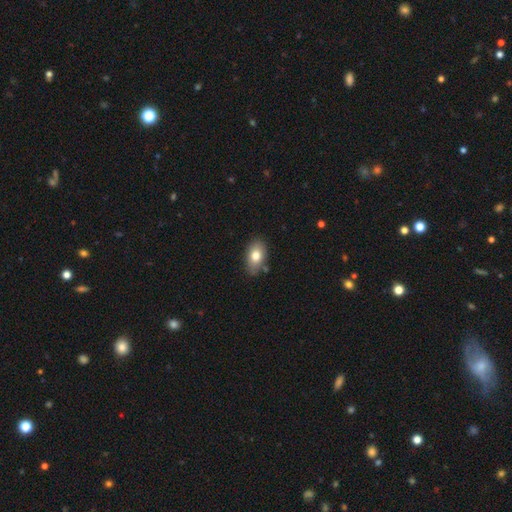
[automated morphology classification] Smooth or featured?
  - smooth: 78% *
  - featured or disk: 14%
  - star or artifact: 8%
How rounded?
  - in between: 89% *
  - round: 9%
  - cigar-shaped: 2%
Merging?
  - none: 79% *
  - minor disturbance: 15%
  - merger: 3%
  - major disturbance: 3%